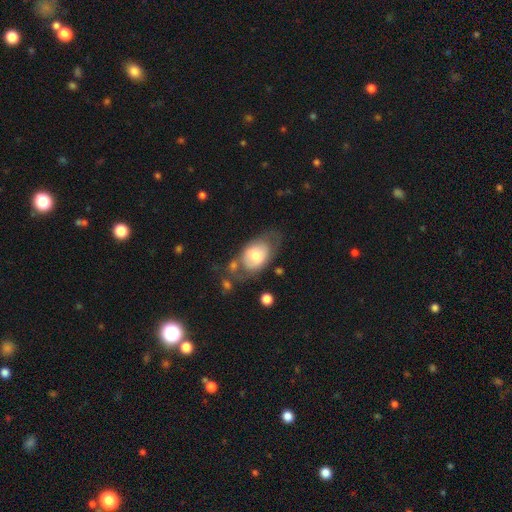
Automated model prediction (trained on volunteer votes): smooth-or-featured: smooth: 60% | featured or disk: 34% | star or artifact: 6%
  how-rounded: in between: 83% | round: 16% | cigar-shaped: 1%
  merging: none: 45% | minor disturbance: 25% | major disturbance: 20% | merger: 10%